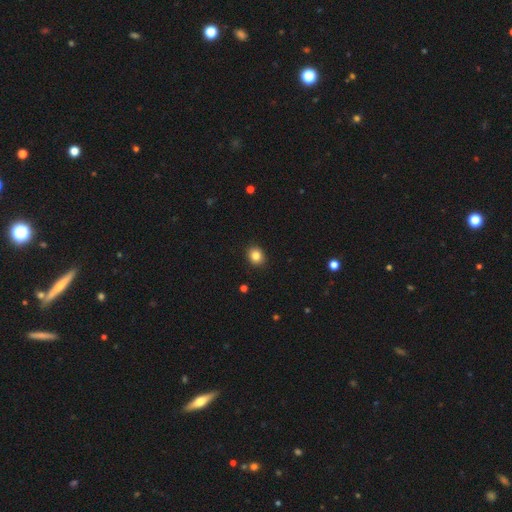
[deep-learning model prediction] Morphology: type=smooth (85%); roundness=round (71%); merging=none (91%).